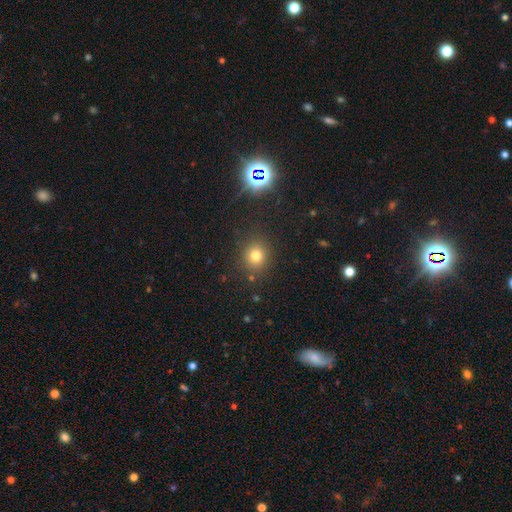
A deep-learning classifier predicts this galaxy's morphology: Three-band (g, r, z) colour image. It shows a smooth galaxy with no disk features (75%) that is round (81%). Merging: none (85%).